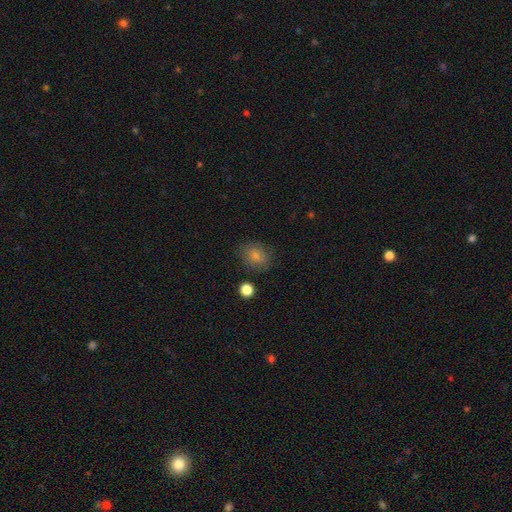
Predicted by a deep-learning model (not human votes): The model was most divided on "how rounded": in between: 55%, round: 44%, cigar-shaped: 1%. More confident: smooth or featured — smooth (77%); merging — none (75%).